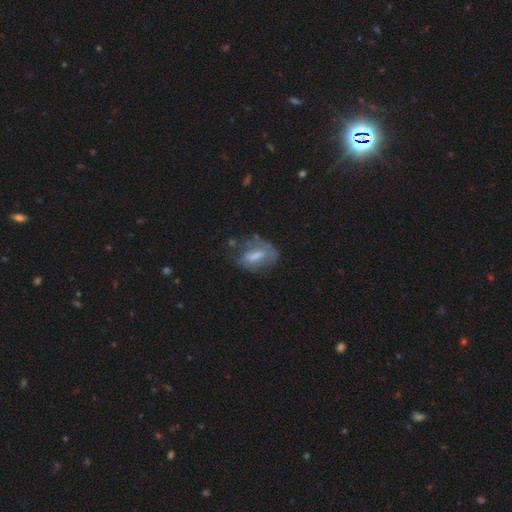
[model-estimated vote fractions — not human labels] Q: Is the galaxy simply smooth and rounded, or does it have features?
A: smooth — 51%.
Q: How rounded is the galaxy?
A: in between — 76%.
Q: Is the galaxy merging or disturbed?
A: none — 49%.